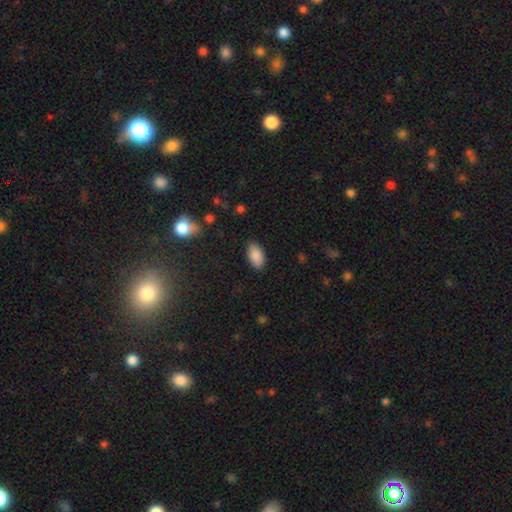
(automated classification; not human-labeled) Smooth or featured?
  - smooth: 88% *
  - star or artifact: 7%
  - featured or disk: 5%
How rounded?
  - in between: 95% *
  - round: 3%
  - cigar-shaped: 3%
Merging?
  - none: 85% *
  - minor disturbance: 11%
  - major disturbance: 2%
  - merger: 1%